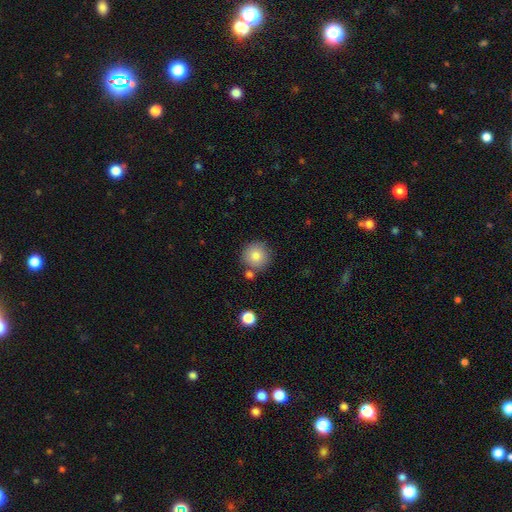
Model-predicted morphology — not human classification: Smooth or featured? Predicted: smooth (p=0.83). How rounded? Predicted: round (p=0.94). Merging? Predicted: none (p=0.77).